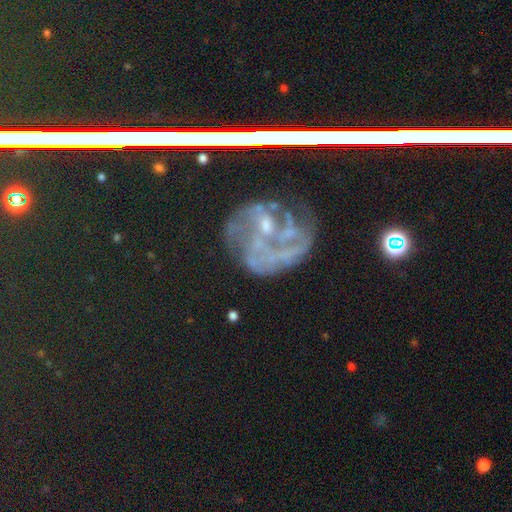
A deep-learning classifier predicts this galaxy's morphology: Smooth or featured?
  - featured or disk: 73% *
  - smooth: 15%
  - star or artifact: 12%
Edge-on disk?
  - no: 98% *
  - yes: 2%
Bar?
  - no: 74% *
  - weak: 20%
  - strong: 6%
Spiral arms?
  - no: 56% *
  - yes: 44%
Bulge size?
  - none: 40% *
  - small: 30%
  - moderate: 26%
  - large: 3%
  - dominant: 1%
Merging?
  - none: 37% *
  - major disturbance: 36%
  - minor disturbance: 18%
  - merger: 10%